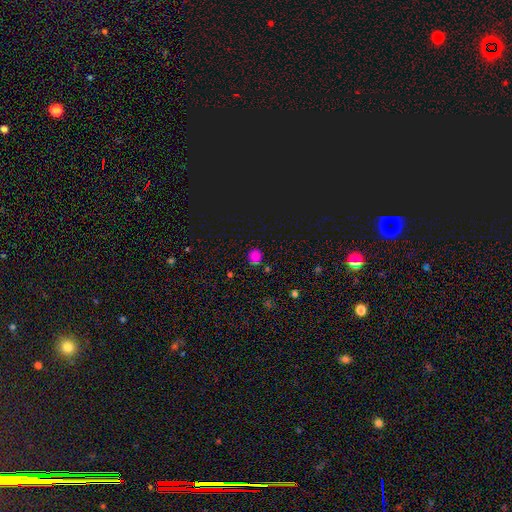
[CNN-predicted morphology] smooth 64%, star or artifact 31%, featured or disk 5%. Down the decision tree: how rounded — round (85%); merging — none (82%).